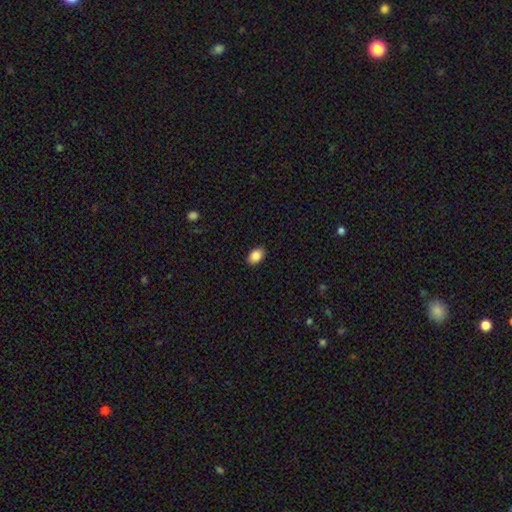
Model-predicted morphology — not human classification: Smooth or featured? smooth (88%)
How rounded? in between (86%)
Merging? none (89%)